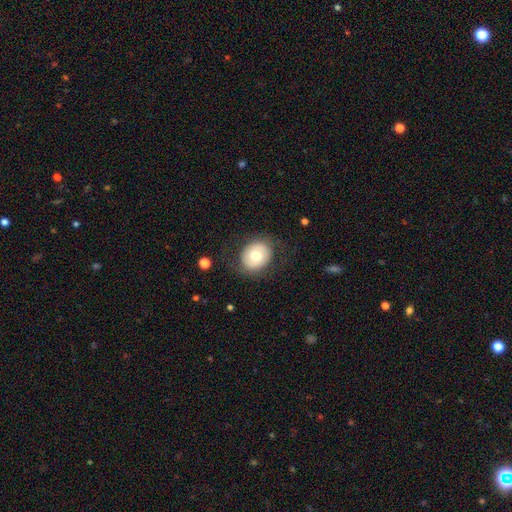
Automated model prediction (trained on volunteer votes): Overall: smooth (69%). How rounded: round (59%; in between 40%). Merging: none (81%).